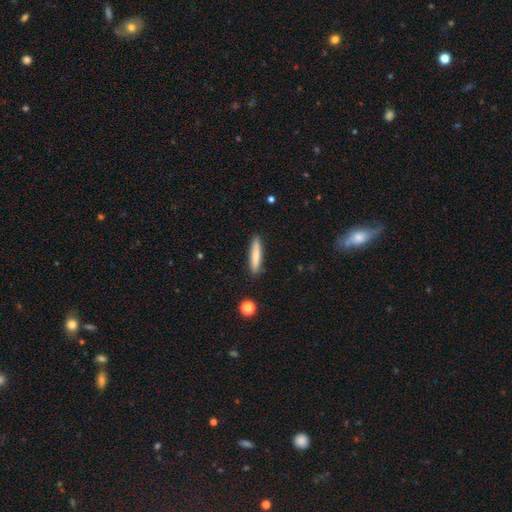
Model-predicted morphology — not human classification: A smooth galaxy with no disk features (79%) that is cigar-shaped (88%).

Vote fractions:
- Smooth or featured? smooth: 79% / featured or disk: 15% / star or artifact: 6%
- How rounded? cigar-shaped: 88% / in between: 10% / round: 1%
- Merging? none: 88% / minor disturbance: 8% / major disturbance: 2% / merger: 1%